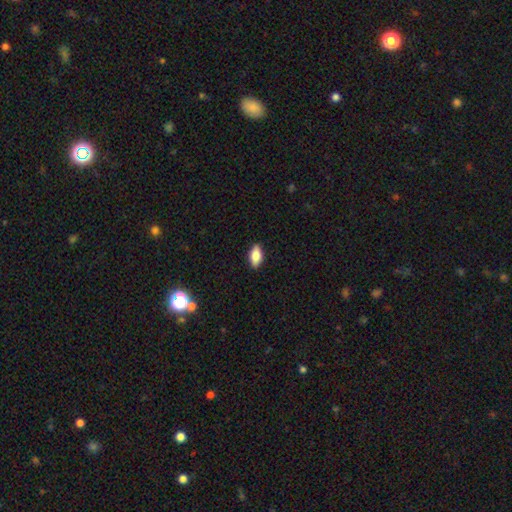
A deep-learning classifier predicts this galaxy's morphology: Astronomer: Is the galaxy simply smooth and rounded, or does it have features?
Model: smooth — 80%.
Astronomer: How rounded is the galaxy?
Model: in between — 89%.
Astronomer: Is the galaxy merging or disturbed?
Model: none — 89%.